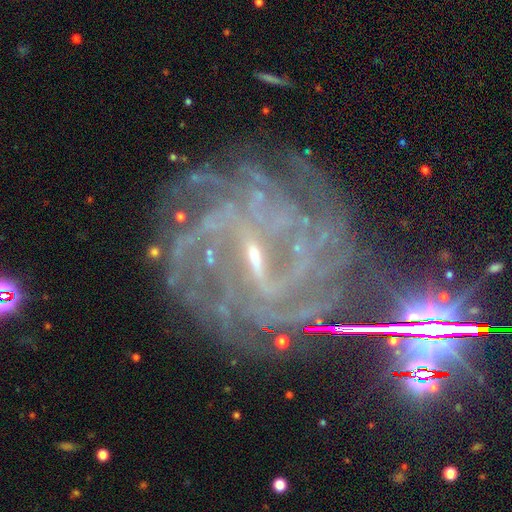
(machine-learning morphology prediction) featured or disk 89%, star or artifact 8%, smooth 3%. Down the decision tree: edge-on disk — no (97%); bar — strong (49%); spiral arms — yes (98%); spiral arm count — 4 (23%); spiral winding — tight (54%); bulge size — small (71%); merging — none (66%).